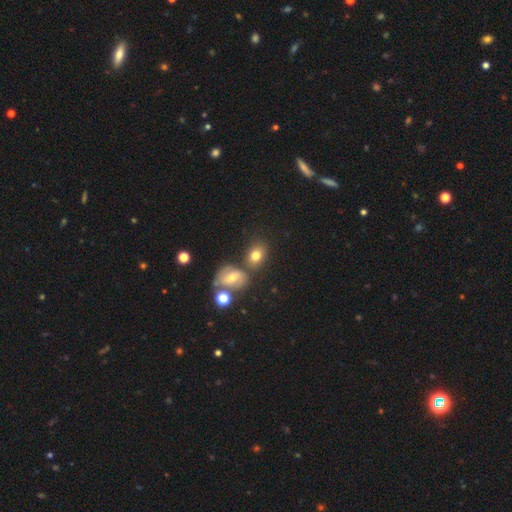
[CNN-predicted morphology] type=smooth (72%); roundness=in between (59%); merging=none (60%).